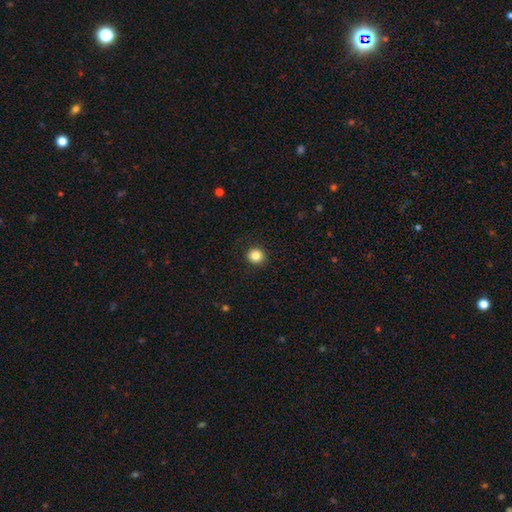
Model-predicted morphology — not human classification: Smooth or featured: smooth — 85% (star or artifact — 11%)
How rounded: round — 89% (in between — 10%)
Merging: none — 91% (minor disturbance — 6%)